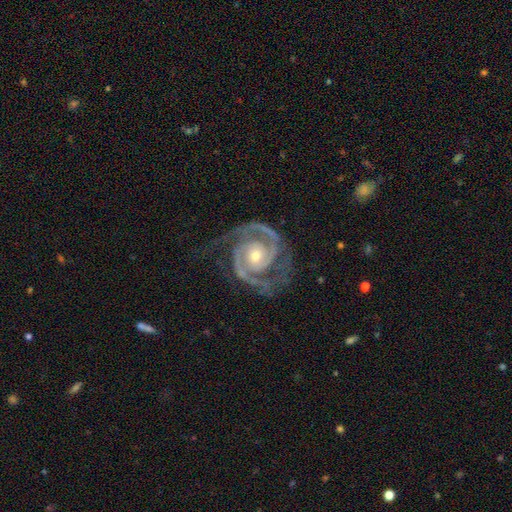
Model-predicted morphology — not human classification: The model was most divided on "bulge size": moderate: 51%, small: 44%, large: 3%, none: 1%, dominant: 1%. More confident: spiral arms — yes (99%); edge-on disk — no (98%); smooth or featured — featured or disk (94%); spiral arm count — 2 (86%); merging — none (73%); bar — no (66%); spiral winding — tight (56%).